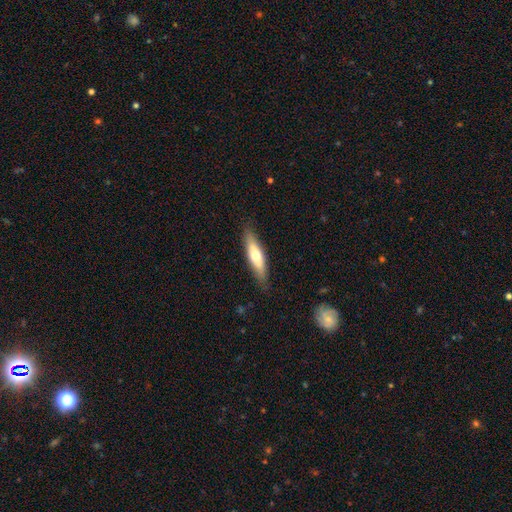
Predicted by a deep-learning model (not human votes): Smooth or featured: smooth — 56% (featured or disk — 38%)
How rounded: cigar-shaped — 66% (in between — 33%)
Merging: none — 84% (minor disturbance — 12%)